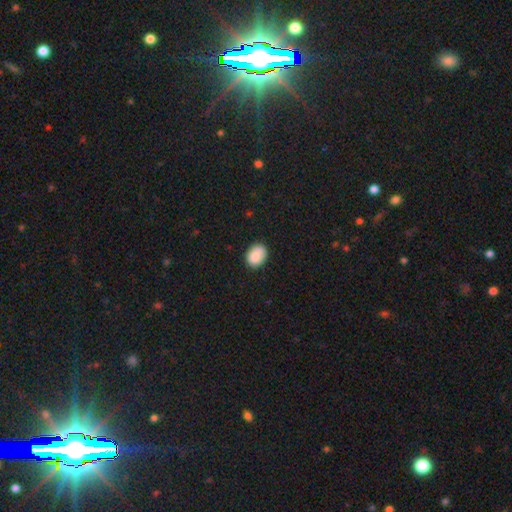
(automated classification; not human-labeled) Q: Smooth or featured?
A: smooth (88%); runner-up: star or artifact (8%)
Q: How rounded?
A: in between (57%); runner-up: round (42%)
Q: Merging?
A: none (82%); runner-up: minor disturbance (14%)